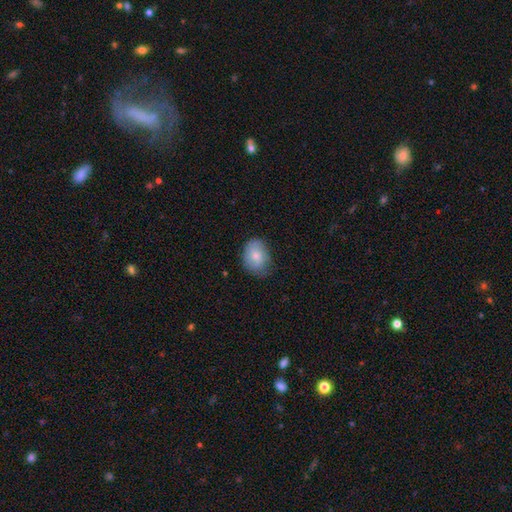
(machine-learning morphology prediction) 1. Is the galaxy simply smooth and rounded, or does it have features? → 78% smooth, 15% featured or disk, 7% star or artifact.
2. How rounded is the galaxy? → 69% in between, 30% round, 1% cigar-shaped.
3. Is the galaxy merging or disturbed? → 71% none, 23% minor disturbance, 5% major disturbance, 1% merger.